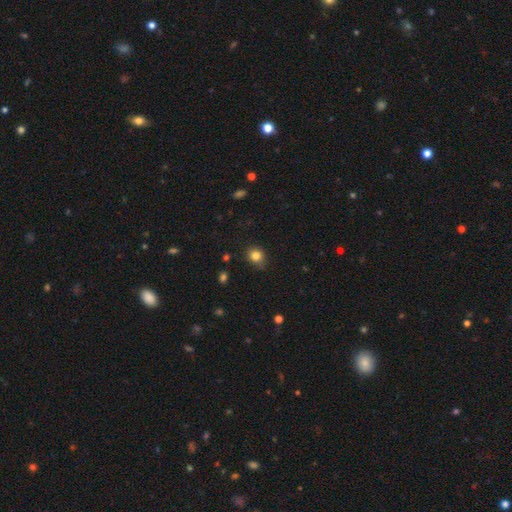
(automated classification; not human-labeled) smooth 82%, star or artifact 11%, featured or disk 6%. Down the decision tree: how rounded — round (68%); merging — none (77%).